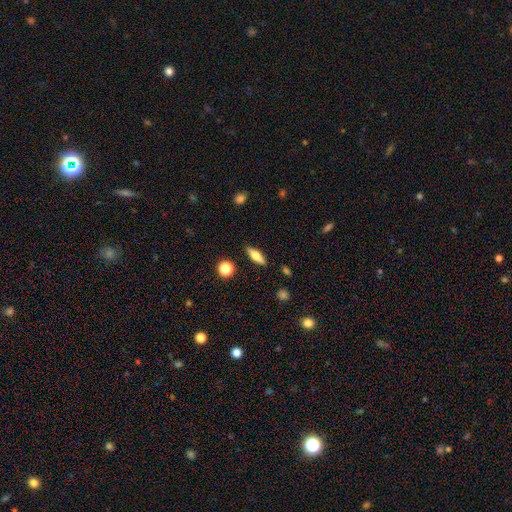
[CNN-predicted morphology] smooth 55%, featured or disk 37%, star or artifact 8%. Down the decision tree: how rounded — cigar-shaped (49%); merging — none (87%).